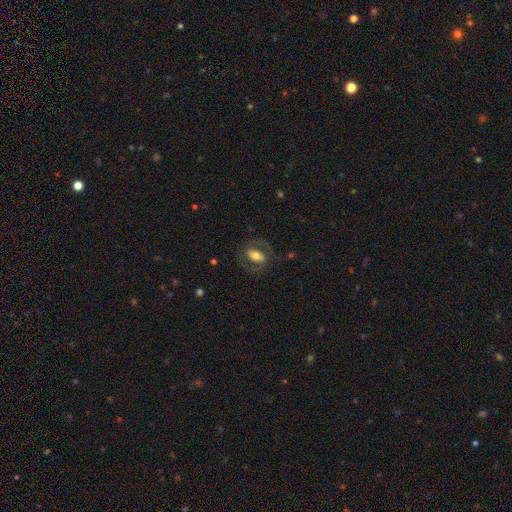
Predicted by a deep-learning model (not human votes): Morphology: type=featured or disk (50%); merging=none (72%).